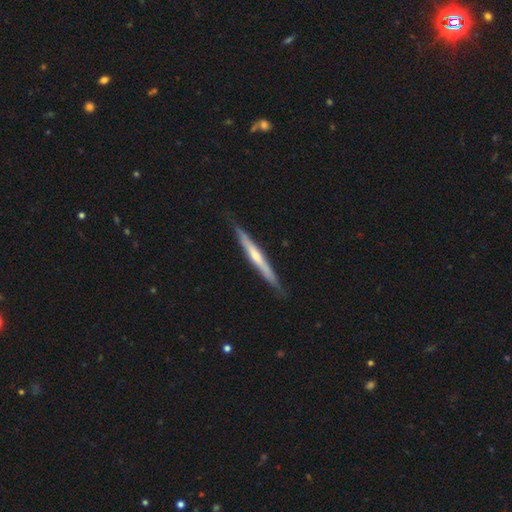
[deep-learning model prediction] Smooth or featured? featured or disk (63%)
Edge-on disk? yes (96%)
Edge-on bulge? rounded (57%)
Merging? none (86%)